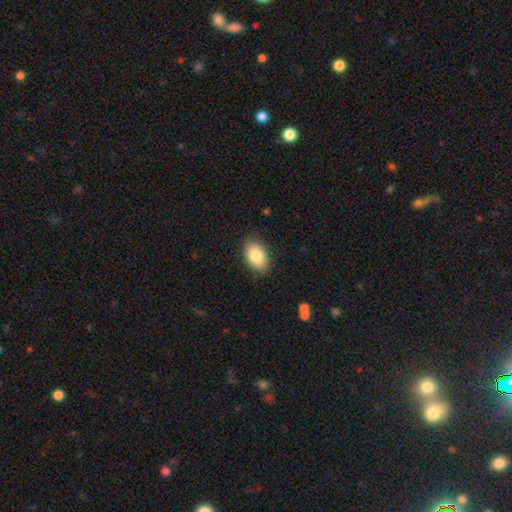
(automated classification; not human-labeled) A smooth galaxy with no disk features (85%) that is in between round and cigar-shaped (91%). Merging: none (85%).